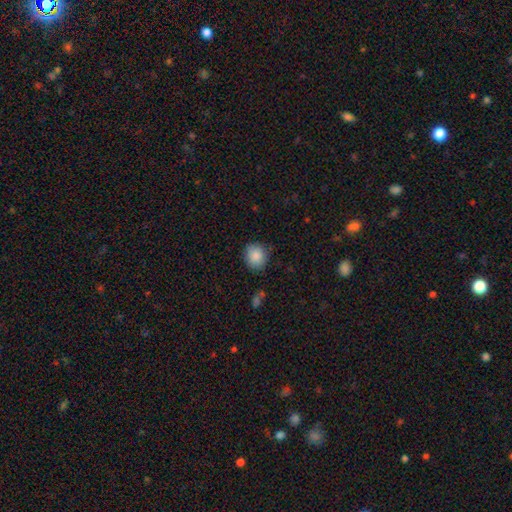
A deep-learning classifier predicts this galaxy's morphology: This appears to be a smooth galaxy with no disk features (88%) that is round (80%). Merging: none (86%).